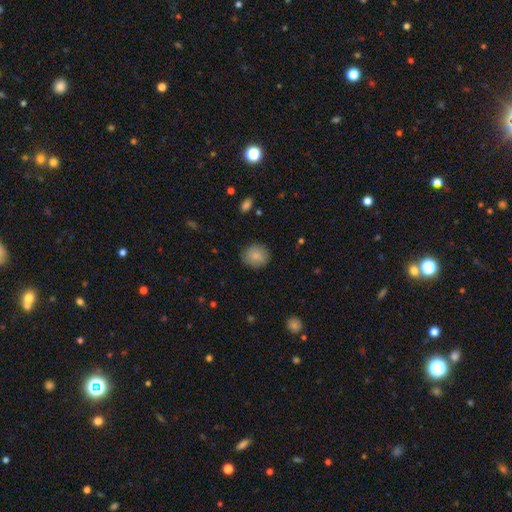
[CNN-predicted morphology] A smooth galaxy with no disk features (86%) that is round (80%).

Vote fractions:
- Smooth or featured? smooth: 86% / star or artifact: 8% / featured or disk: 7%
- How rounded? round: 80% / in between: 19% / cigar-shaped: 1%
- Merging? none: 85% / minor disturbance: 11% / major disturbance: 3% / merger: 1%